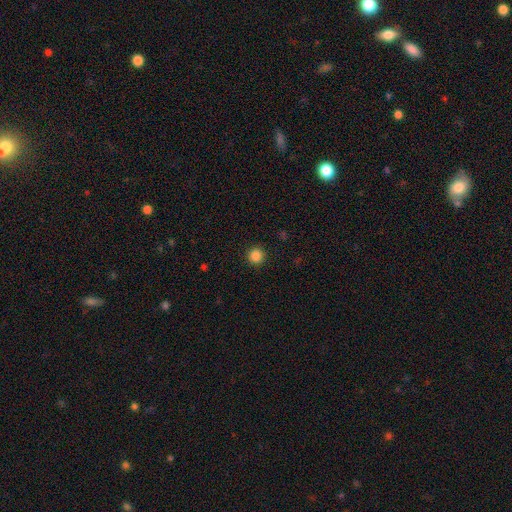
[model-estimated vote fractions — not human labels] Smooth or featured?
  - smooth: 86% *
  - star or artifact: 11%
  - featured or disk: 3%
How rounded?
  - round: 94% *
  - in between: 5%
  - cigar-shaped: 1%
Merging?
  - none: 92% *
  - minor disturbance: 5%
  - major disturbance: 2%
  - merger: 1%